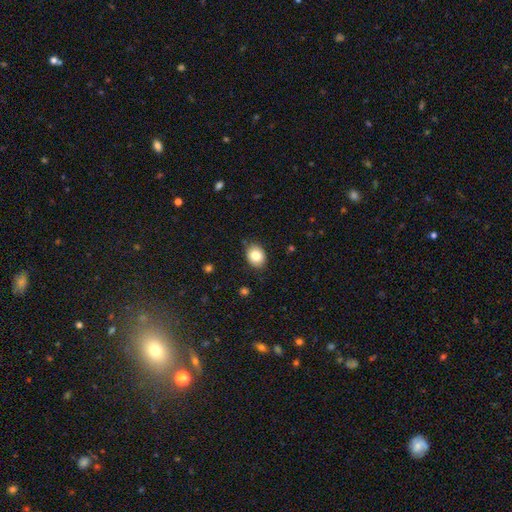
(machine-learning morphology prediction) The model was most divided on "how rounded": in between: 55%, round: 44%, cigar-shaped: 1%. More confident: merging — none (86%); smooth or featured — smooth (84%).